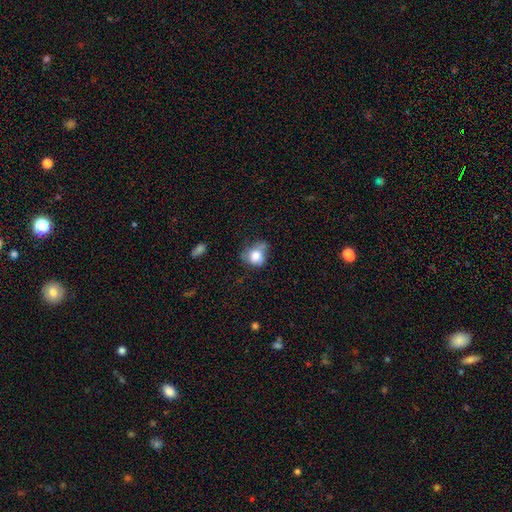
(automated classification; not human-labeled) The model was most divided on "merging": none: 42%, minor disturbance: 35%, major disturbance: 16%, merger: 8%. More confident: smooth or featured — smooth (76%); how rounded — round (60%).